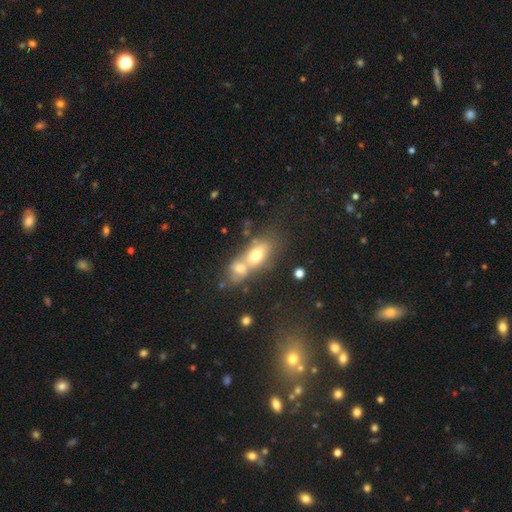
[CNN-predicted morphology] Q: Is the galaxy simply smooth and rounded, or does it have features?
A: smooth — 65%.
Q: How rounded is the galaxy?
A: in between — 72%.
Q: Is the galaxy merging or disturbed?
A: merger — 70%.